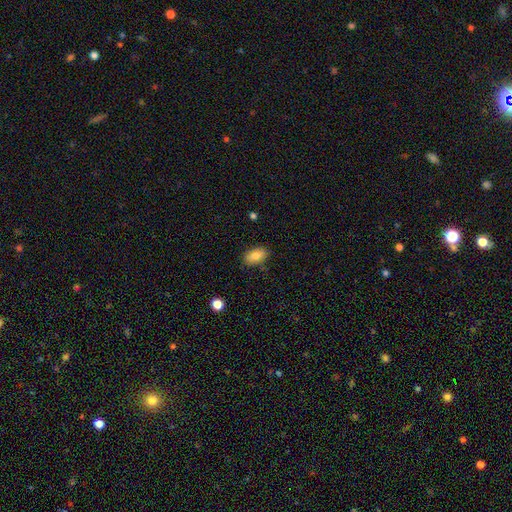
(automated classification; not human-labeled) smooth_or_featured: smooth (p=0.83) [alt: featured or disk p=0.09]
how_rounded: in between (p=0.90) [alt: round p=0.06]
merging: none (p=0.85) [alt: minor disturbance p=0.12]